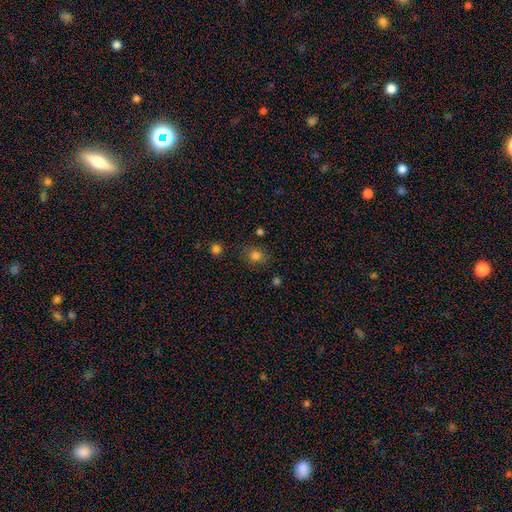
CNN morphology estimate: Smooth or featured?
  - smooth: 80% *
  - star or artifact: 14%
  - featured or disk: 6%
How rounded?
  - round: 67% *
  - in between: 32%
  - cigar-shaped: 1%
Merging?
  - none: 79% *
  - minor disturbance: 14%
  - major disturbance: 4%
  - merger: 3%